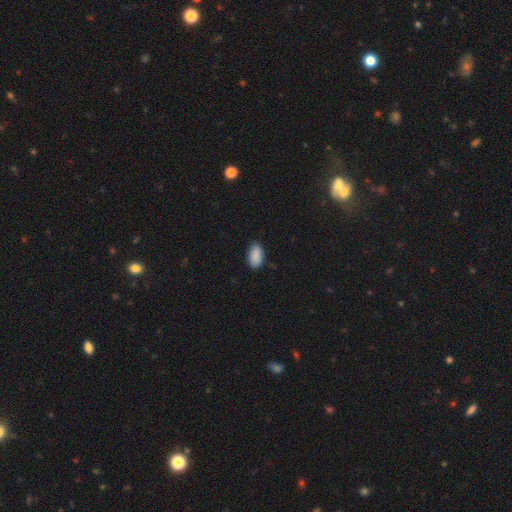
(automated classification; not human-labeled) Smooth or featured? smooth (90%)
How rounded? in between (94%)
Merging? none (82%)